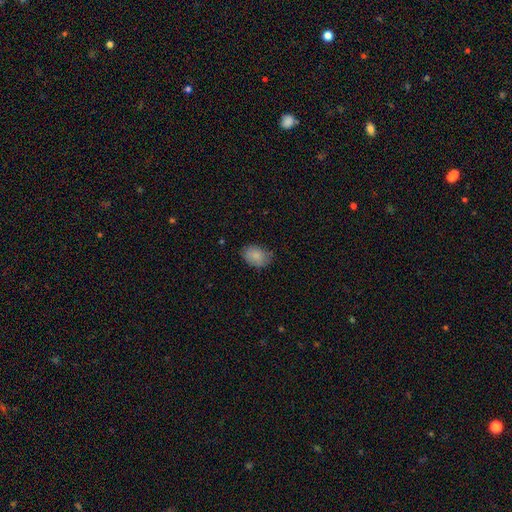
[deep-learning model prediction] Smooth or featured? smooth (85%)
How rounded? in between (74%)
Merging? none (69%)